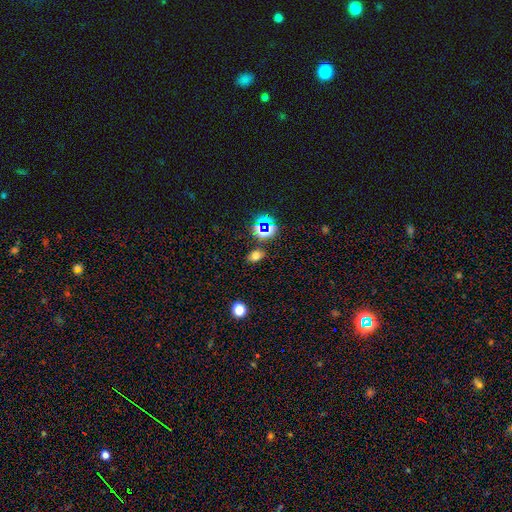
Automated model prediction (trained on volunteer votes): A smooth galaxy with no disk features (65%) that is in between round and cigar-shaped (73%).

Vote fractions:
- Smooth or featured? smooth: 65% / star or artifact: 26% / featured or disk: 9%
- How rounded? in between: 73% / round: 25% / cigar-shaped: 2%
- Merging? none: 83% / minor disturbance: 11% / merger: 3% / major disturbance: 3%